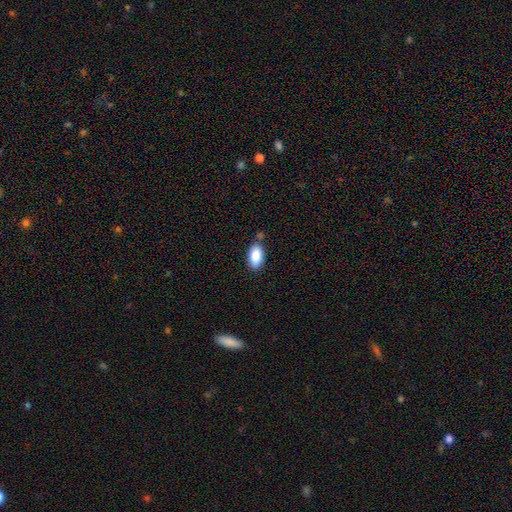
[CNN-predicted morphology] Q: Smooth or featured?
A: smooth (88%); runner-up: star or artifact (7%)
Q: How rounded?
A: in between (94%); runner-up: round (3%)
Q: Merging?
A: none (74%); runner-up: minor disturbance (16%)